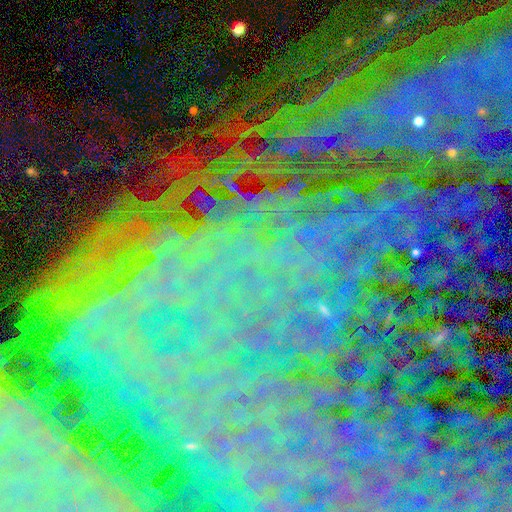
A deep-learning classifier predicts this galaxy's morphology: This appears to be a star or artifact, not a galaxy (77%).